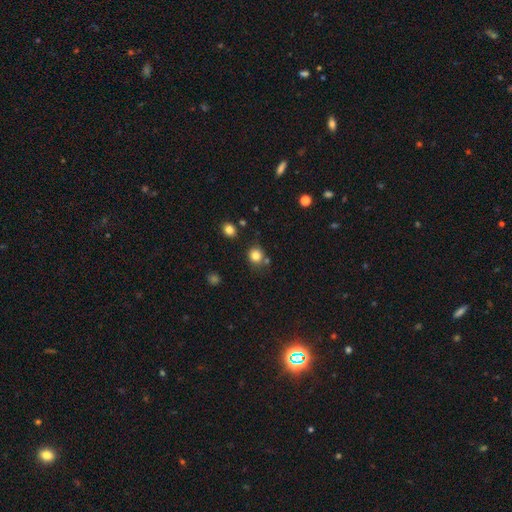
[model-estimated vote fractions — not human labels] A smooth galaxy with no disk features (82%) that is round (84%). Merging: none (73%).